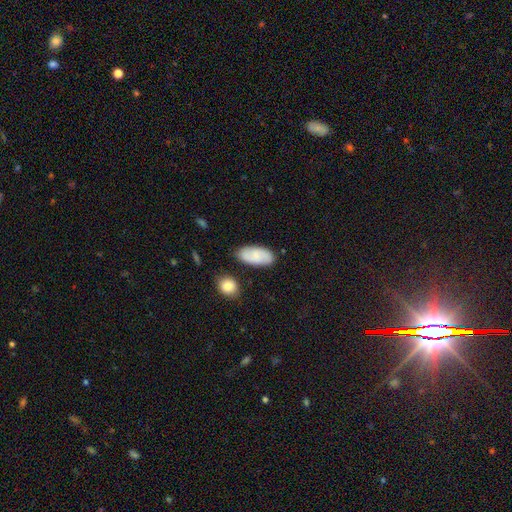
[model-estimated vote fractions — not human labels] The model was most divided on "smooth or featured": smooth: 72%, featured or disk: 21%, star or artifact: 7%. More confident: how rounded — in between (92%); merging — none (79%).